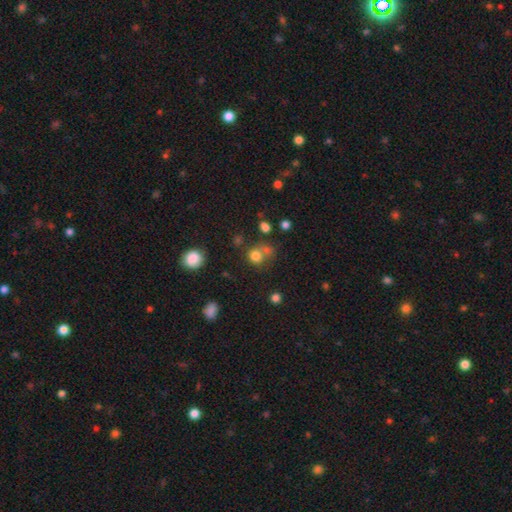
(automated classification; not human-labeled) Morphology: type=smooth (76%); roundness=round (81%); merging=none (48%).